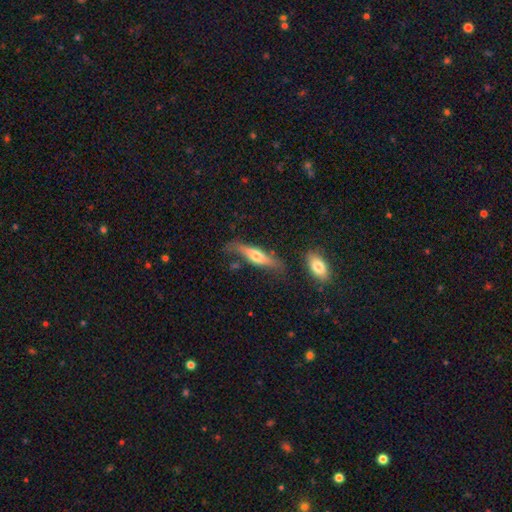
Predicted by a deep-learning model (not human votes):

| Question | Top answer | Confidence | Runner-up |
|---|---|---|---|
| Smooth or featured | featured or disk | 50% | smooth (44%) |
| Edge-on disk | yes | 82% | no (18%) |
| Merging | none | 60% | minor disturbance (24%) |